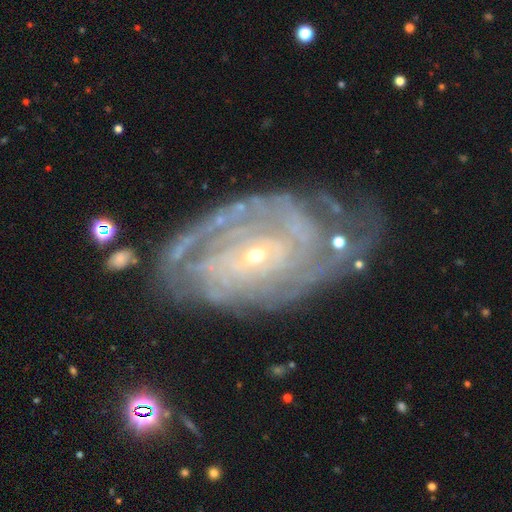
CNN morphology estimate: smooth_or_featured: featured or disk (p=0.88) [alt: smooth p=0.06]
disk_edge_on: no (p=0.96) [alt: yes p=0.04]
bar: no (p=0.71) [alt: weak p=0.22]
has_spiral_arms: yes (p=0.94) [alt: no p=0.06]
spiral_winding: tight (p=0.75) [alt: medium p=0.19]
spiral_arm_count: can't tell (p=0.35) [alt: 2 p=0.17]
bulge_size: small (p=0.73) [alt: moderate p=0.23]
merging: none (p=0.61) [alt: minor disturbance p=0.22]